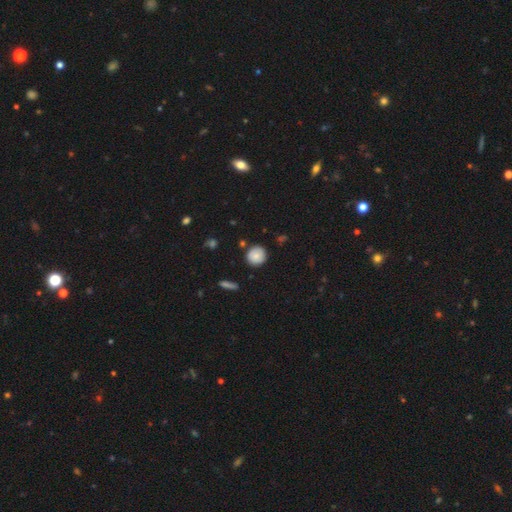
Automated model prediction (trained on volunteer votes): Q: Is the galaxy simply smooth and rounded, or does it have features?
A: smooth — 82%.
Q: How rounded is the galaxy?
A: round — 92%.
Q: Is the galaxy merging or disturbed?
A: none — 85%.